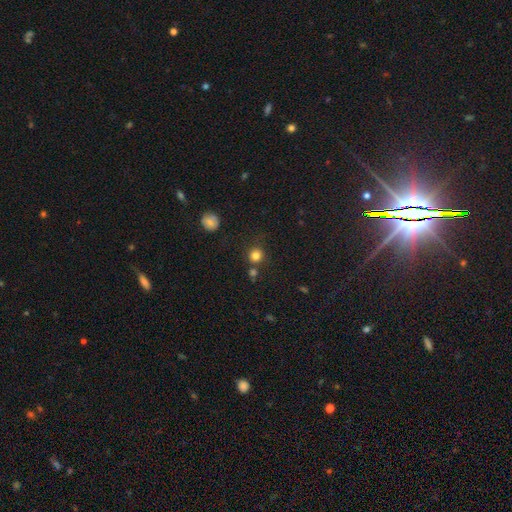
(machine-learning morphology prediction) This appears to be a smooth galaxy with no disk features (81%) that is round (92%). Merging: none (76%).